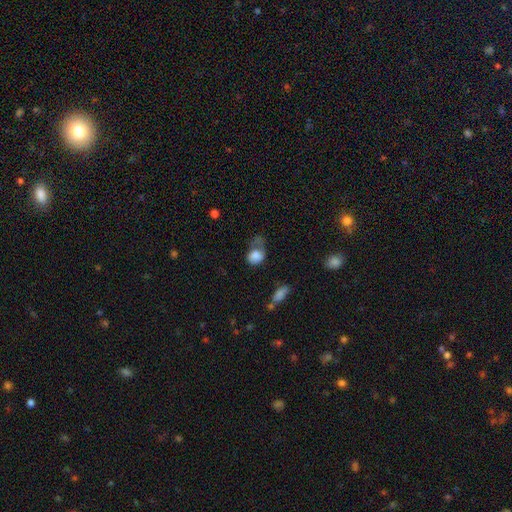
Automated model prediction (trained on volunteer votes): Smooth or featured? smooth (78%)
How rounded? in between (60%)
Merging? major disturbance (38%)